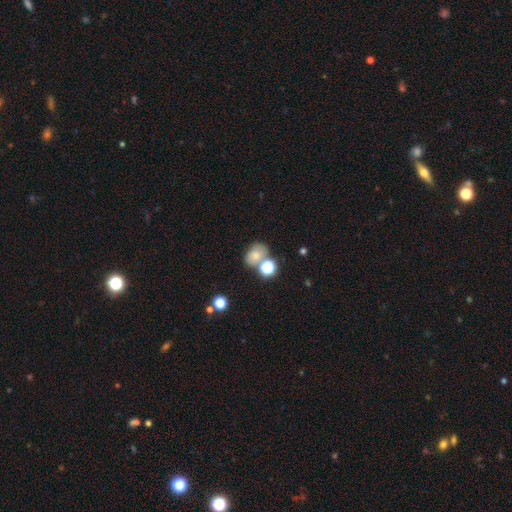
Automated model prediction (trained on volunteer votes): Morphology: type=smooth (68%); roundness=in between (60%); merging=none (48%).